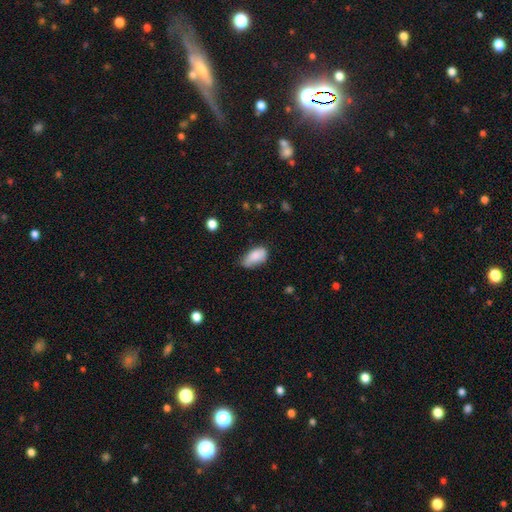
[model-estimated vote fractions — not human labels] Smooth or featured?
  - smooth: 81% *
  - featured or disk: 11%
  - star or artifact: 8%
How rounded?
  - in between: 92% *
  - round: 5%
  - cigar-shaped: 3%
Merging?
  - none: 45% *
  - minor disturbance: 42%
  - major disturbance: 10%
  - merger: 3%